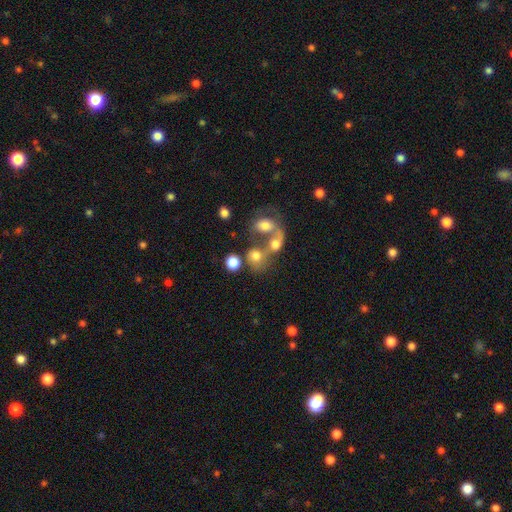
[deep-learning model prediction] This is likely a smooth galaxy (65%). How rounded: likely round (67%). Merging: possibly merger (58%).